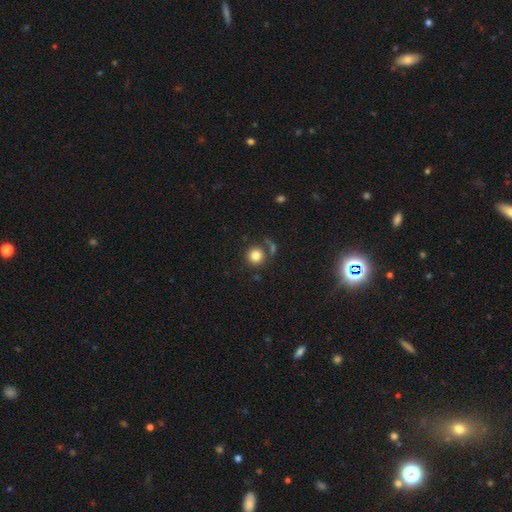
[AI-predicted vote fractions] This is clearly a smooth galaxy (82%). How rounded: clearly round (92%). Merging: likely none (75%).